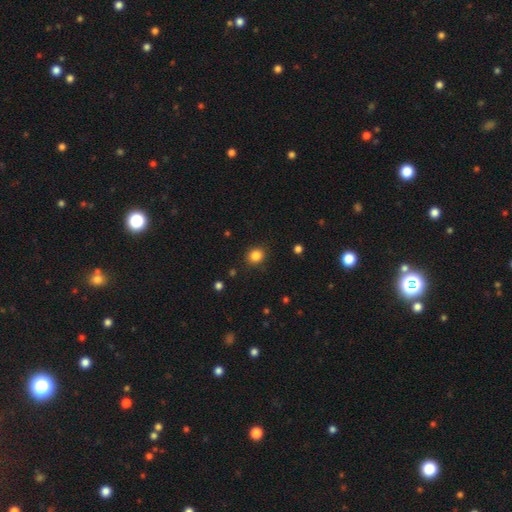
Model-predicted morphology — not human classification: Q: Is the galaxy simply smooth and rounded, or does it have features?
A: smooth — 85%.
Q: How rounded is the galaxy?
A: round — 77%.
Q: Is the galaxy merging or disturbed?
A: none — 89%.